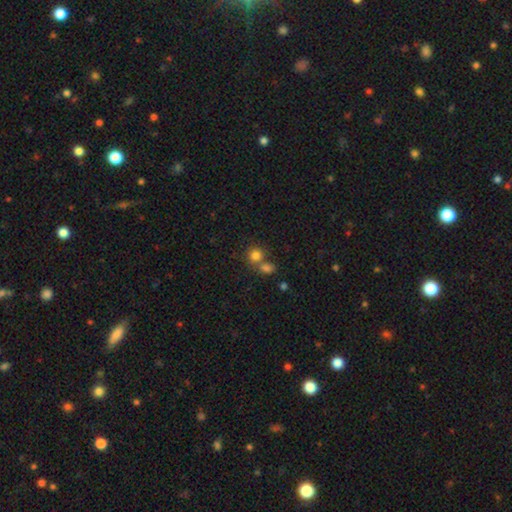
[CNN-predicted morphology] Q: Smooth or featured?
A: smooth (80%); runner-up: star or artifact (12%)
Q: How rounded?
A: round (83%); runner-up: in between (16%)
Q: Merging?
A: none (51%); runner-up: merger (38%)